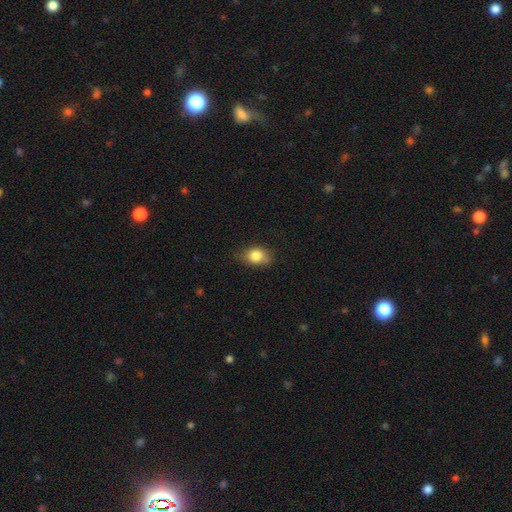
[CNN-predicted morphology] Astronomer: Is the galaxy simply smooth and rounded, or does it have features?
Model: smooth — 82%.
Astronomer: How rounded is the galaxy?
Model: in between — 70%.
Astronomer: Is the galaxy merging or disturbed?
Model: none — 68%.